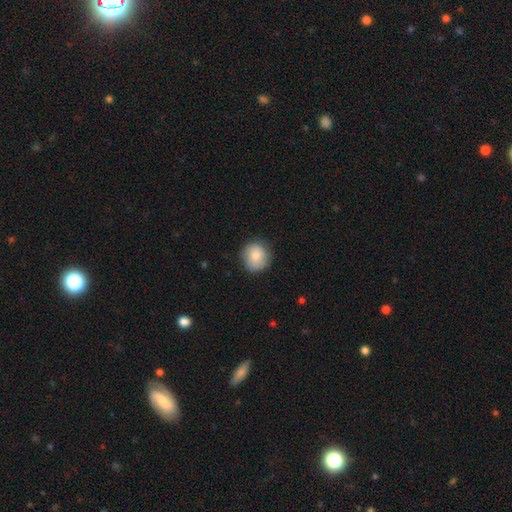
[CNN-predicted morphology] A smooth galaxy with no disk features (83%) that is round (90%). Merging: none (83%).